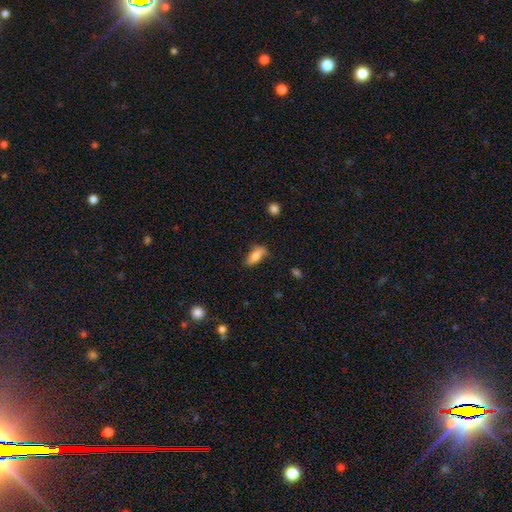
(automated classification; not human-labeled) This appears to be a smooth galaxy with no disk features (79%) that is in between round and cigar-shaped (78%). Merging: none (72%).